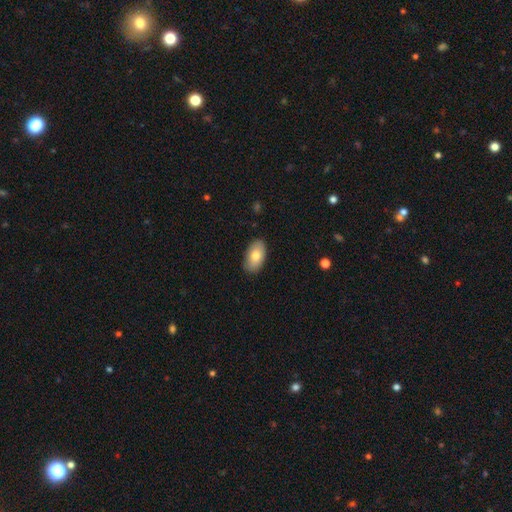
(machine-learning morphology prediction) Smooth or featured: smooth — 79% (featured or disk — 15%)
How rounded: in between — 94% (round — 4%)
Merging: none — 86% (minor disturbance — 11%)